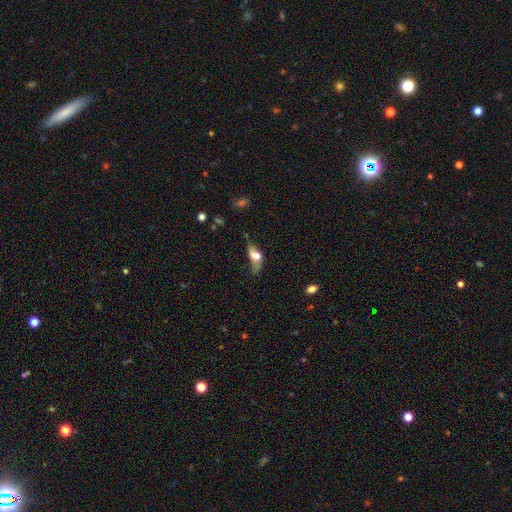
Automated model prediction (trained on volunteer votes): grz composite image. It shows a smooth galaxy with no disk features (46%). Merging: none (33%).